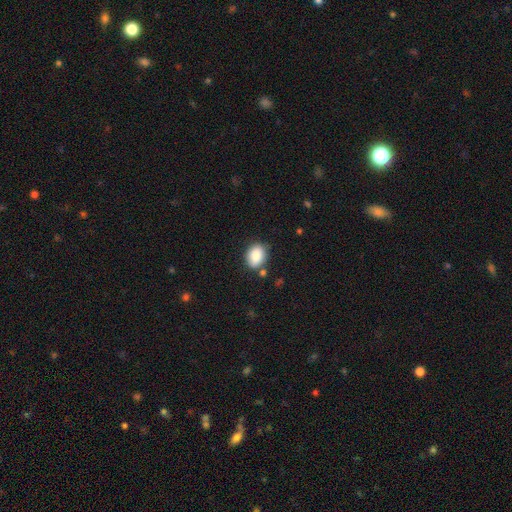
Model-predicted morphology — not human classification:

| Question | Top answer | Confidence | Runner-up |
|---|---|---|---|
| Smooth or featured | smooth | 85% | star or artifact (8%) |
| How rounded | in between | 64% | round (35%) |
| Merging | none | 76% | minor disturbance (15%) |